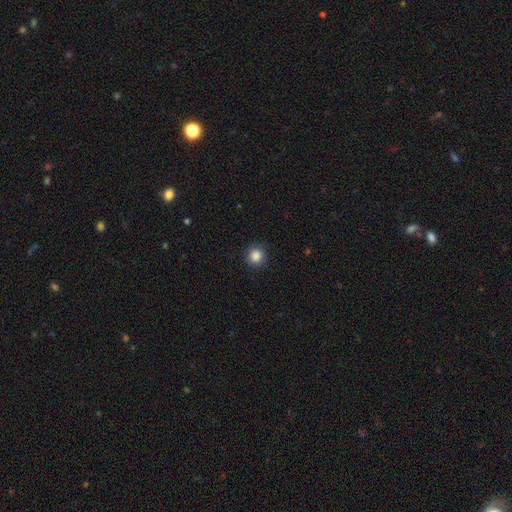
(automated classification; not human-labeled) Smooth or featured? Predicted: smooth (p=0.86). How rounded? Predicted: round (p=0.93). Merging? Predicted: none (p=0.89).